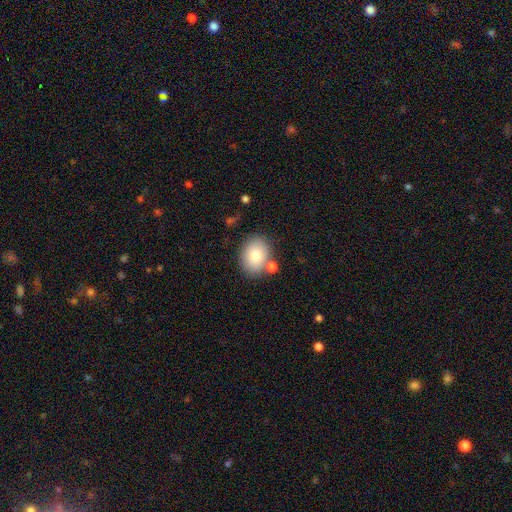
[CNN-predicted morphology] smooth-or-featured: smooth: 78% | featured or disk: 13% | star or artifact: 9%
  how-rounded: in between: 53% | round: 47% | cigar-shaped: 1%
  merging: none: 74% | minor disturbance: 12% | merger: 10% | major disturbance: 3%